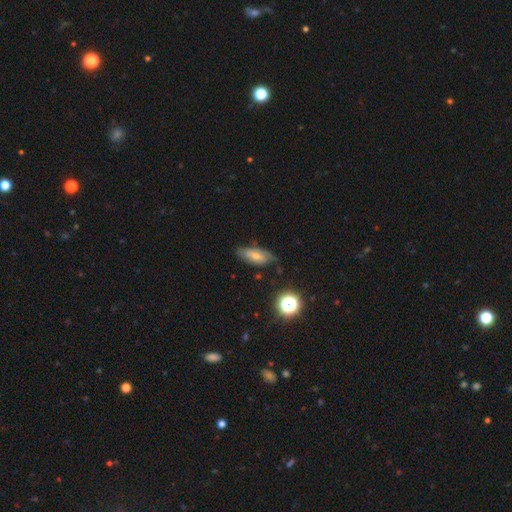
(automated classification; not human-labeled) Smooth or featured? Predicted: smooth (p=0.45). Merging? Predicted: none (p=0.64).